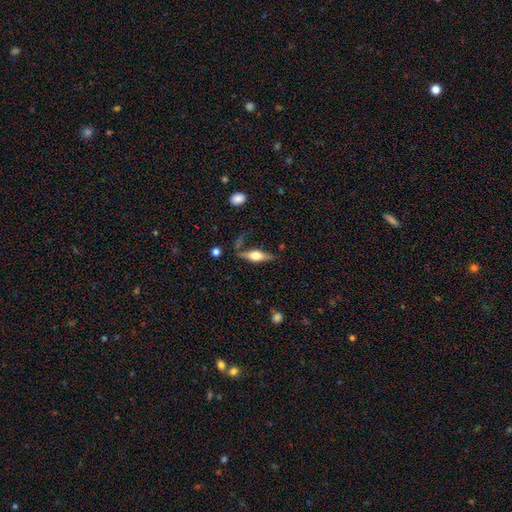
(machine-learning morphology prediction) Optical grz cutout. It shows a featured or disk galaxy (51%) viewed edge-on (87%). Merging: none (66%).